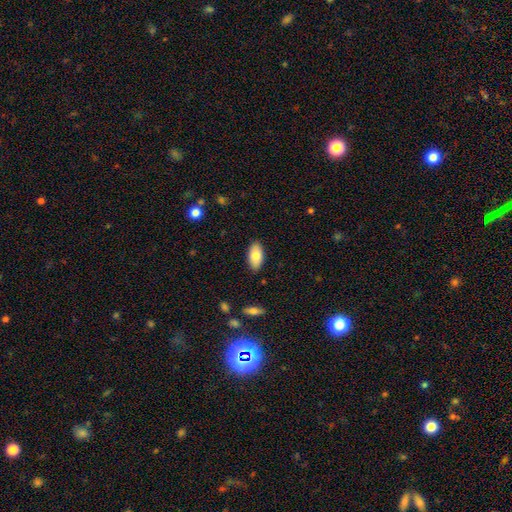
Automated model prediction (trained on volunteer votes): smooth-or-featured: smooth: 79% | featured or disk: 14% | star or artifact: 7%
  how-rounded: in between: 93% | cigar-shaped: 5% | round: 2%
  merging: none: 87% | minor disturbance: 9% | major disturbance: 2% | merger: 1%